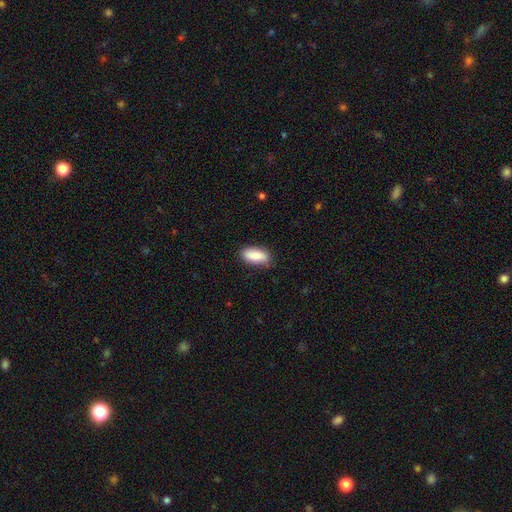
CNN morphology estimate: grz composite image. It shows a smooth galaxy with no disk features (85%) that is in between round and cigar-shaped (85%). Merging: none (83%).